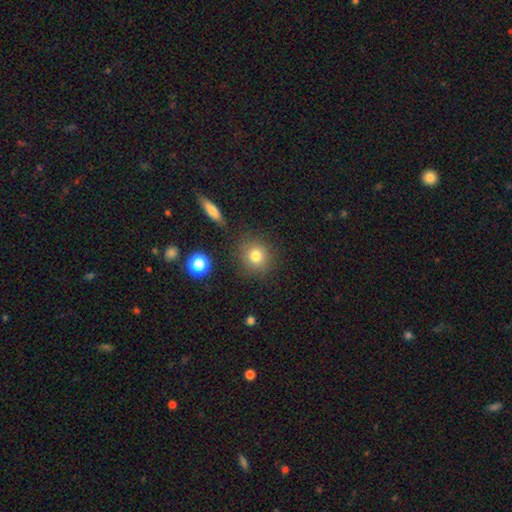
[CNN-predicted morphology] This is likely a smooth galaxy (80%). How rounded: clearly round (88%). Merging: clearly none (86%).